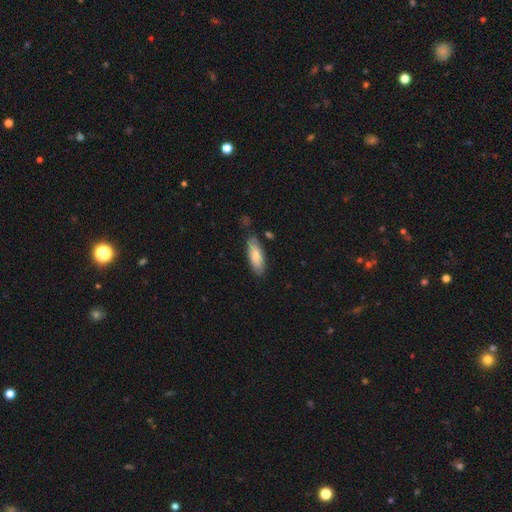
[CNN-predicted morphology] This appears to be a smooth galaxy with no disk features (82%) that is in between round and cigar-shaped (66%). Merging: none (77%).